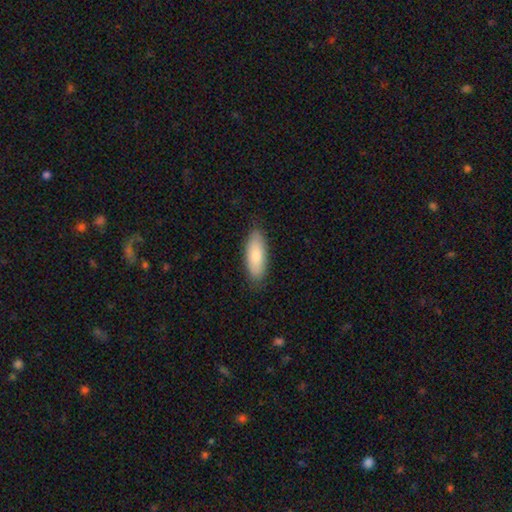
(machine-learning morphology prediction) smooth 79%, featured or disk 15%, star or artifact 5%. Down the decision tree: how rounded — in between (76%); merging — none (84%).